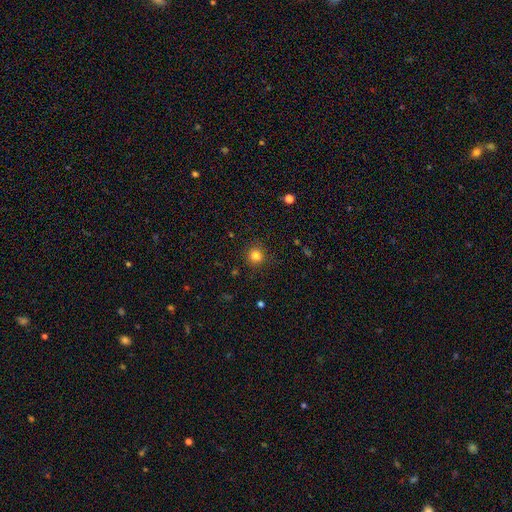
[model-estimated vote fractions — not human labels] A smooth galaxy with no disk features (82%) that is round (92%). Merging: none (89%).